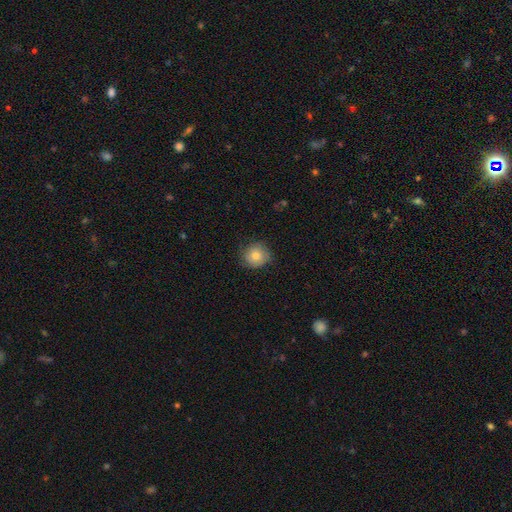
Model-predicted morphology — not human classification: A smooth galaxy with no disk features (77%) that is round (89%). Merging: none (77%).